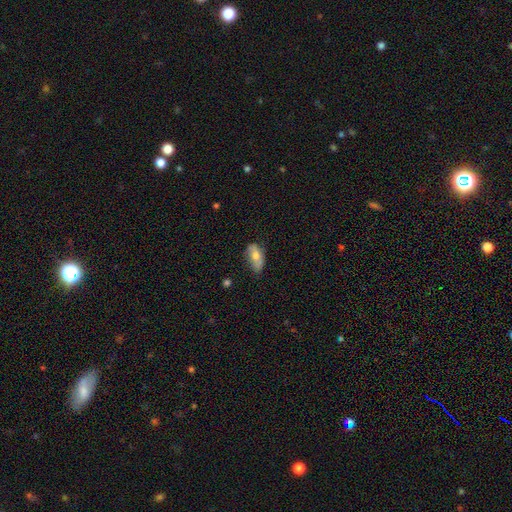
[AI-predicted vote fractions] smooth-or-featured: smooth: 63% | featured or disk: 30% | star or artifact: 7%
  how-rounded: in between: 89% | cigar-shaped: 6% | round: 5%
  merging: none: 56% | minor disturbance: 33% | major disturbance: 9% | merger: 2%